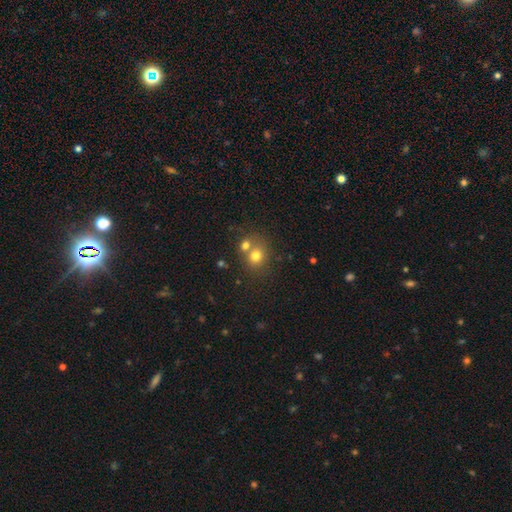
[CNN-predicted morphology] Smooth or featured: smooth — 75% (star or artifact — 14%)
How rounded: round — 76% (in between — 23%)
Merging: none — 51% (merger — 37%)